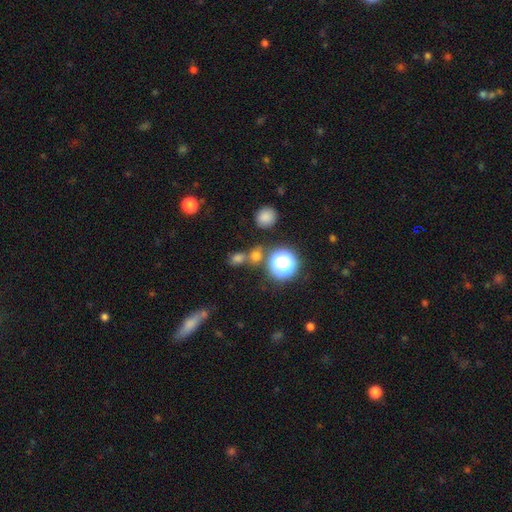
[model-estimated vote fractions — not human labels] Overall: smooth (63%; star or artifact 28%). How rounded: round (70%). Merging: none (58%; merger 26%).